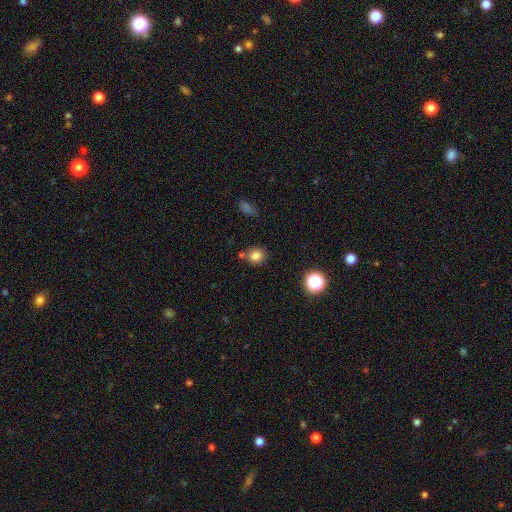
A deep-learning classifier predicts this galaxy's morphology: The model was most divided on "merging": none: 72%, minor disturbance: 13%, merger: 12%, major disturbance: 3%. More confident: how rounded — round (84%); smooth or featured — smooth (81%).